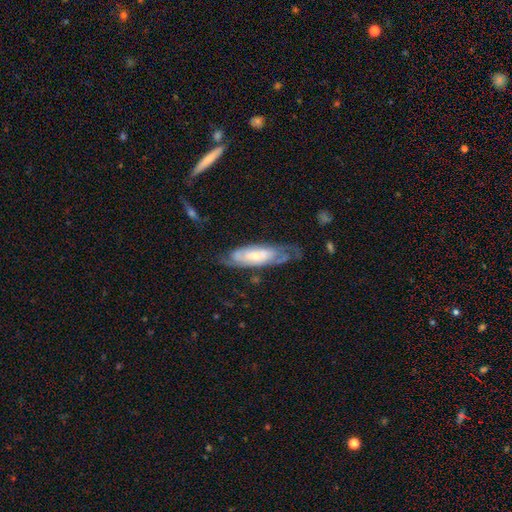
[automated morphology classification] This is likely a featured or disk galaxy (67%). It is likely not viewed edge-on (79%). Bar: possibly no (58%). Spiral arm pattern: clearly yes (83%). Central bulge: possibly small (51%). Merging: possibly none (60%).